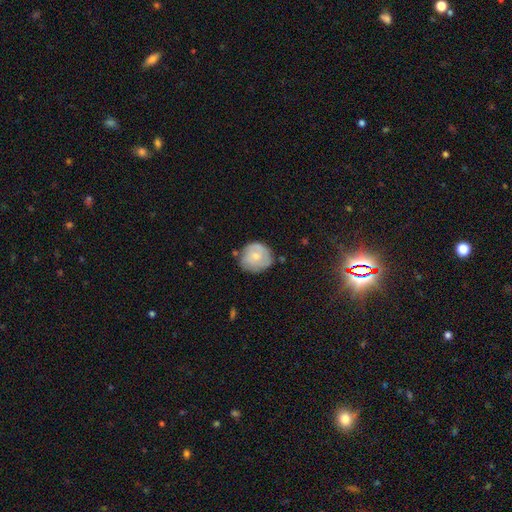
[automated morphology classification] smooth_or_featured: smooth (p=0.60) [alt: featured or disk p=0.33]
how_rounded: round (p=0.87) [alt: in between p=0.12]
merging: none (p=0.67) [alt: minor disturbance p=0.24]